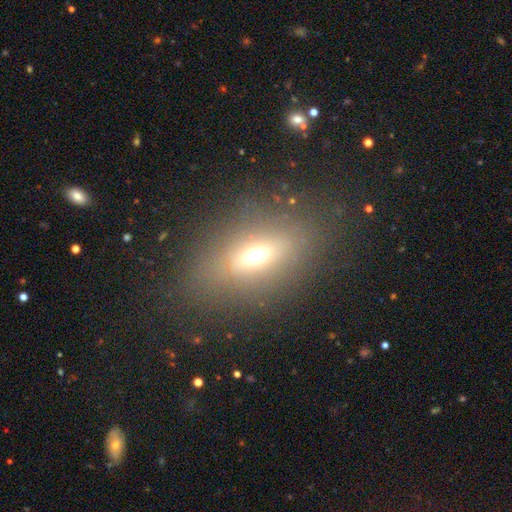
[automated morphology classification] A smooth galaxy with no disk features (56%) that is in between round and cigar-shaped (68%).

Vote fractions:
- Smooth or featured? smooth: 56% / star or artifact: 22% / featured or disk: 21%
- How rounded? in between: 68% / round: 26% / cigar-shaped: 6%
- Merging? none: 73% / minor disturbance: 13% / major disturbance: 11% / merger: 3%